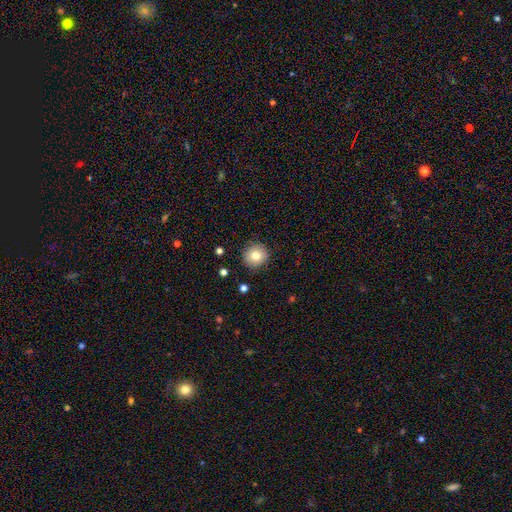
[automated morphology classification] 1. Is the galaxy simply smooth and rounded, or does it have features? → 81% smooth, 10% featured or disk, 9% star or artifact.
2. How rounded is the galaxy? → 93% round, 7% in between, 1% cigar-shaped.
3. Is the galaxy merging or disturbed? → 89% none, 8% minor disturbance, 2% major disturbance, 1% merger.